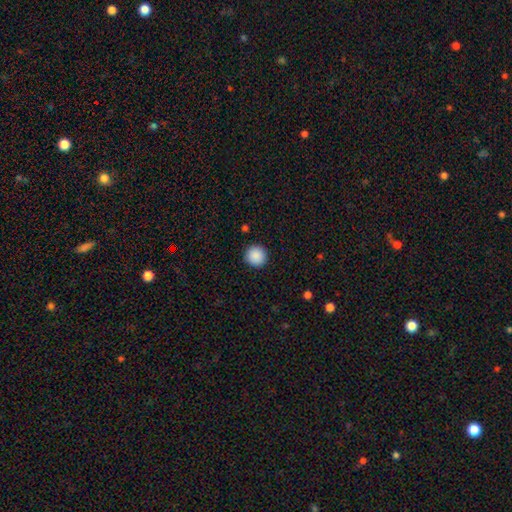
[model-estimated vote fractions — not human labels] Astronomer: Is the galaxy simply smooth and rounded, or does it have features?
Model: smooth — 89%.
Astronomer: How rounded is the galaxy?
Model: round — 96%.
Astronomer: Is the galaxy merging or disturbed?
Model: none — 93%.